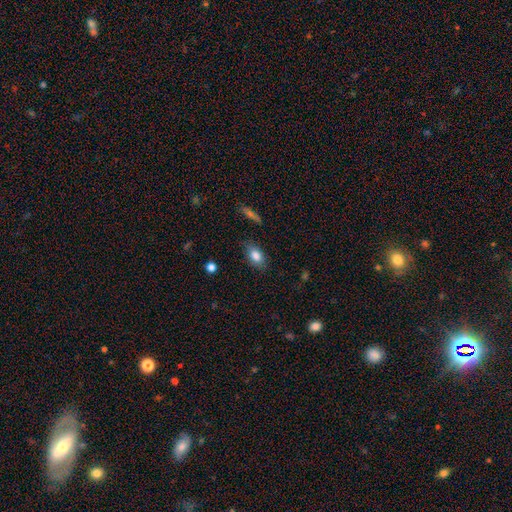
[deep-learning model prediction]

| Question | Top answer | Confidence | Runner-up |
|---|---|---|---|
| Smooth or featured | smooth | 83% | featured or disk (9%) |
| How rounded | in between | 86% | round (9%) |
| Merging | none | 81% | minor disturbance (14%) |